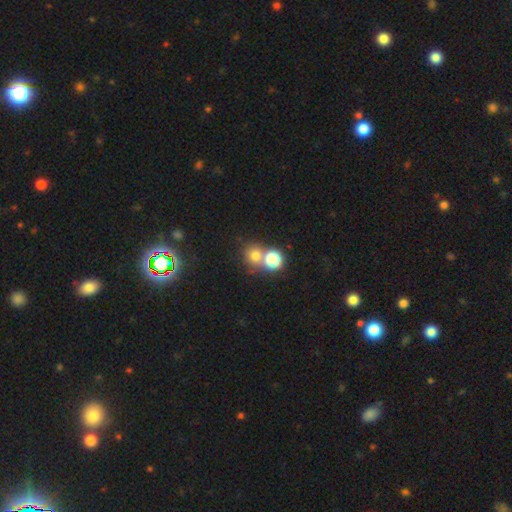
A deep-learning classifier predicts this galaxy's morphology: A smooth galaxy with no disk features (74%) that is round (83%). Merging: merger (53%).